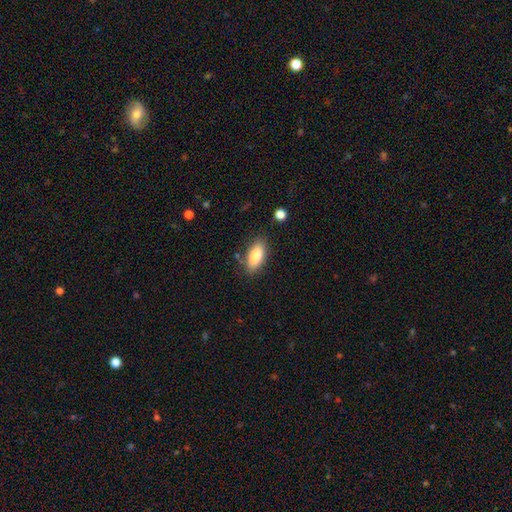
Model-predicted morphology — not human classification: Smooth or featured?
  - smooth: 85% *
  - featured or disk: 8%
  - star or artifact: 7%
How rounded?
  - in between: 87% *
  - cigar-shaped: 10%
  - round: 3%
Merging?
  - none: 80% *
  - minor disturbance: 14%
  - major disturbance: 3%
  - merger: 3%